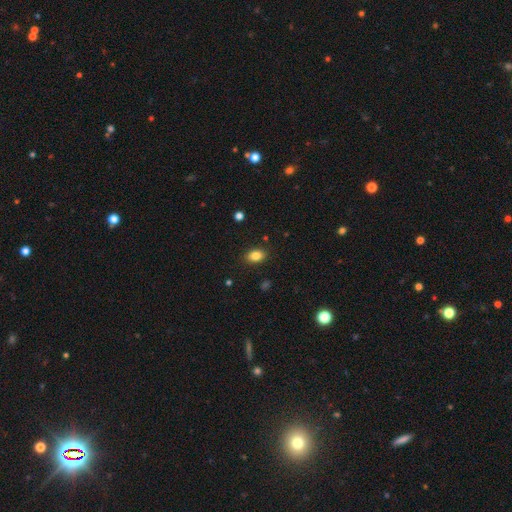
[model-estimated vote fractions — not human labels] A smooth galaxy with no disk features (85%) that is in between round and cigar-shaped (82%).

Vote fractions:
- Smooth or featured? smooth: 85% / star or artifact: 9% / featured or disk: 6%
- How rounded? in between: 82% / round: 16% / cigar-shaped: 1%
- Merging? none: 87% / minor disturbance: 9% / major disturbance: 2% / merger: 1%